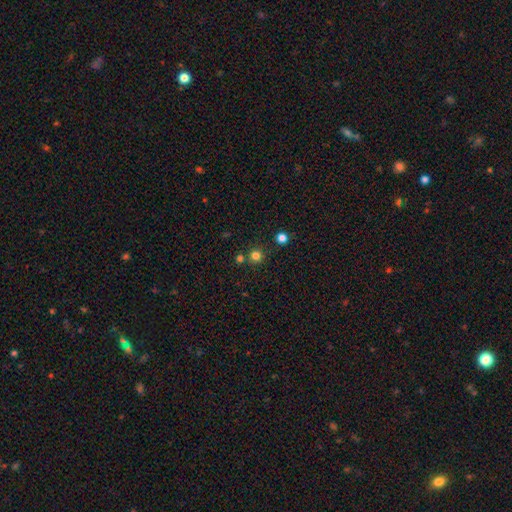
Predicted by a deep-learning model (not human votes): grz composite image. It shows a smooth galaxy with no disk features (77%) that is round (94%). Merging: none (80%).